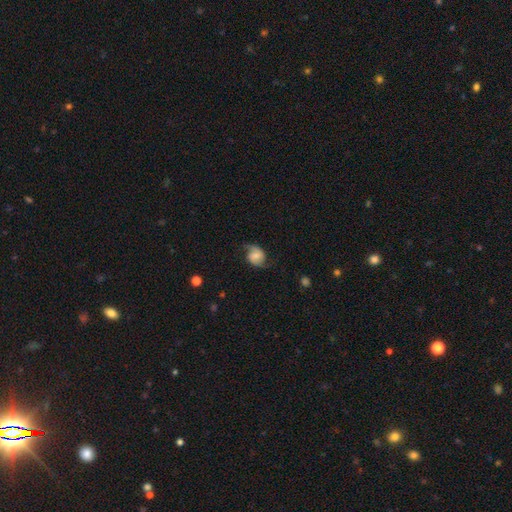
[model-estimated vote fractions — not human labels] This appears to be a featured or disk galaxy (67%) with no bar (56%), 2 (90%) loose (50%) spiral arms (93%) and a small central bulge (39%). Merging: none (70%).